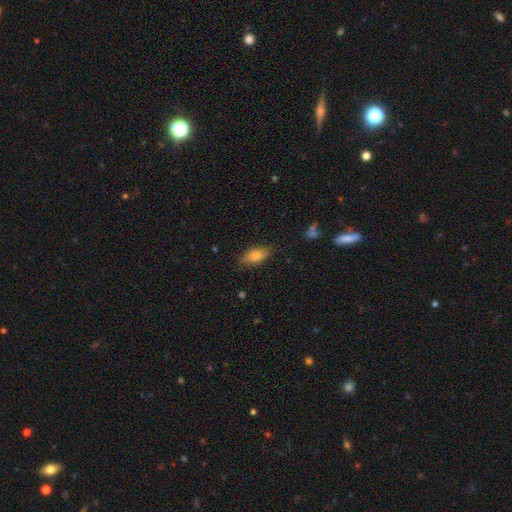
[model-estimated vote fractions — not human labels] Smooth or featured?
  - smooth: 83% *
  - featured or disk: 10%
  - star or artifact: 7%
How rounded?
  - in between: 86% *
  - cigar-shaped: 11%
  - round: 3%
Merging?
  - none: 78% *
  - minor disturbance: 17%
  - major disturbance: 4%
  - merger: 1%